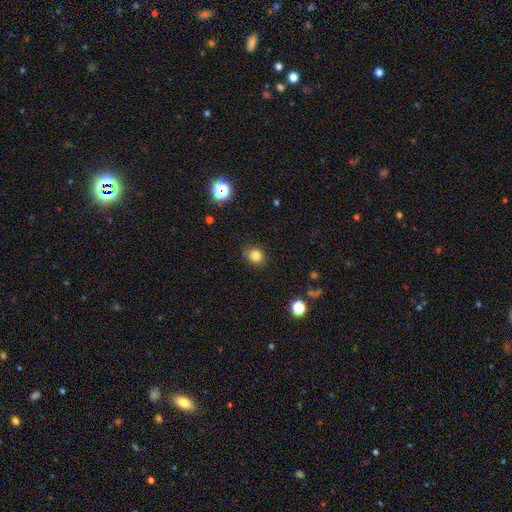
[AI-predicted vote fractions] Q: Smooth or featured?
A: smooth (81%); runner-up: star or artifact (14%)
Q: How rounded?
A: round (75%); runner-up: in between (24%)
Q: Merging?
A: none (82%); runner-up: minor disturbance (14%)